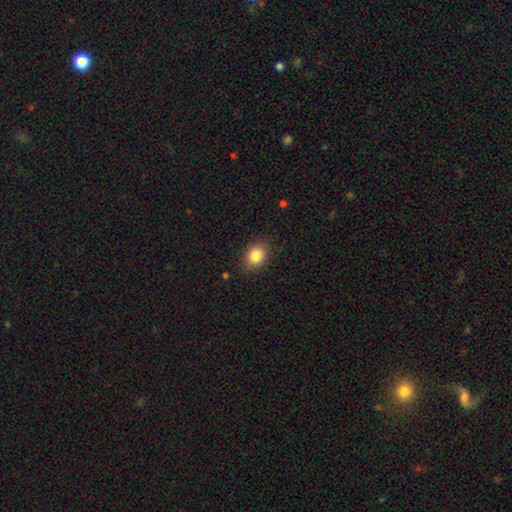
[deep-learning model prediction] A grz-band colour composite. It shows a smooth galaxy with no disk features (85%) that is in between round and cigar-shaped (55%). Merging: none (84%).